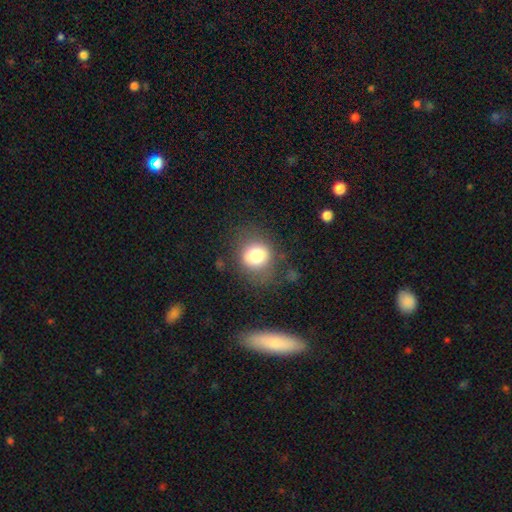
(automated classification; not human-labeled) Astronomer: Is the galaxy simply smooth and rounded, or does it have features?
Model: smooth — 76%.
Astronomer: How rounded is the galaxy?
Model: round — 78%.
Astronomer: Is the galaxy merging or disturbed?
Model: none — 70%.